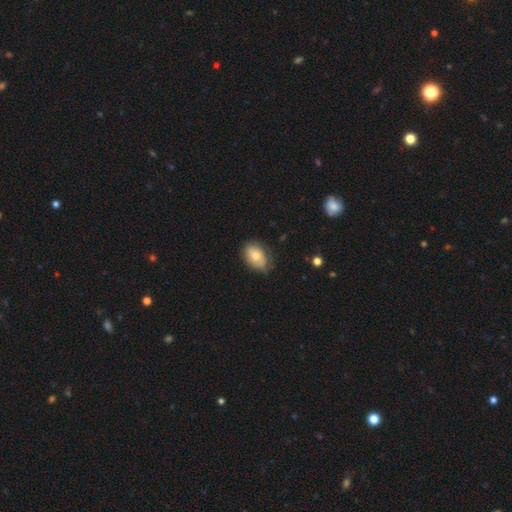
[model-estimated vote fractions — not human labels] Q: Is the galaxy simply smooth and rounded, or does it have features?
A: smooth — 73%.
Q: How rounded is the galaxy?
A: in between — 82%.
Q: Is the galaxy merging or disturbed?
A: none — 62%.